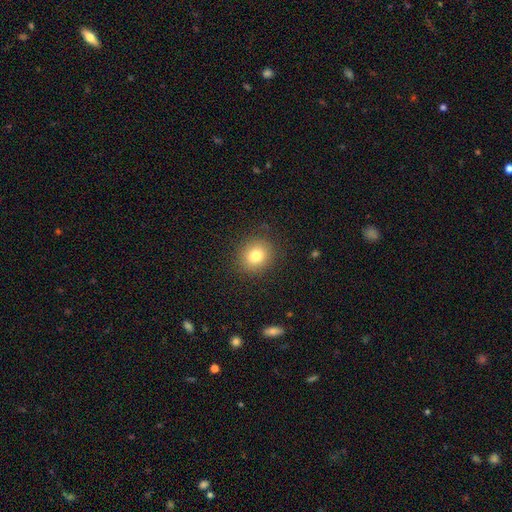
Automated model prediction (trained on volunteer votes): This is likely a smooth galaxy (80%). How rounded: likely round (79%). Merging: clearly none (88%).